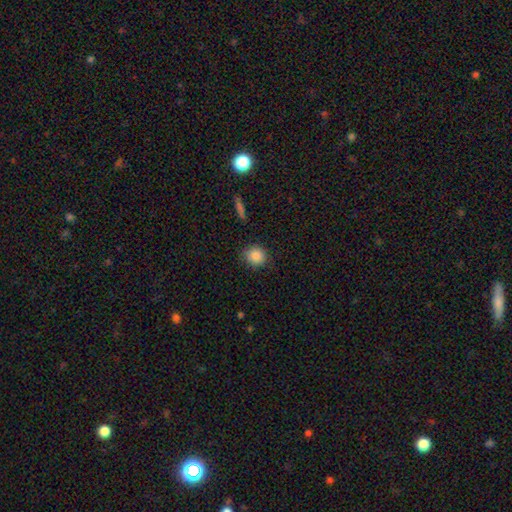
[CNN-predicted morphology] Smooth or featured?
  - smooth: 86% *
  - star or artifact: 9%
  - featured or disk: 5%
How rounded?
  - round: 86% *
  - in between: 13%
  - cigar-shaped: 1%
Merging?
  - none: 85% *
  - minor disturbance: 10%
  - major disturbance: 3%
  - merger: 2%